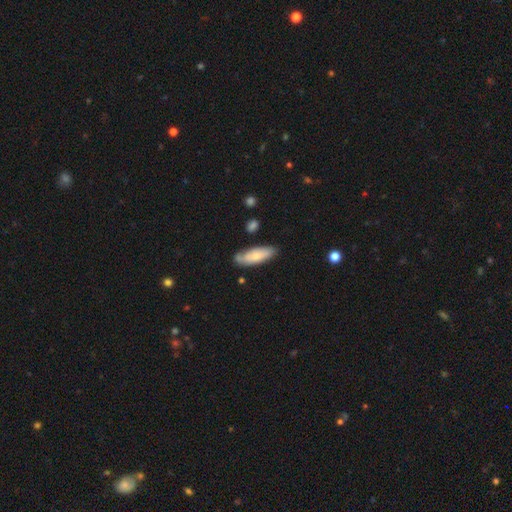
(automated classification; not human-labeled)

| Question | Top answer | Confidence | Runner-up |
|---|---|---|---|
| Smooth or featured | smooth | 64% | featured or disk (30%) |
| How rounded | in between | 62% | cigar-shaped (36%) |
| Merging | none | 67% | minor disturbance (23%) |